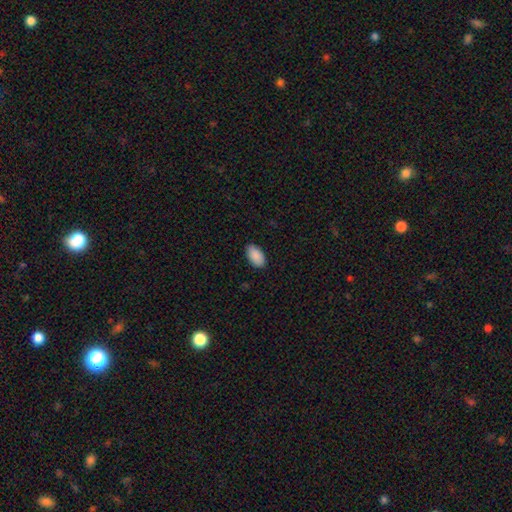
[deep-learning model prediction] This is clearly a smooth galaxy (91%). How rounded: clearly in between (95%). Merging: clearly none (87%).